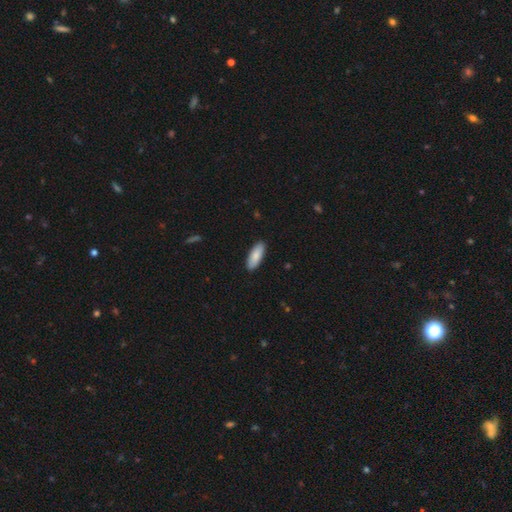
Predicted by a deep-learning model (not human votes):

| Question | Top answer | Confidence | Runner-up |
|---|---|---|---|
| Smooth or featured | smooth | 86% | featured or disk (9%) |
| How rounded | in between | 73% | cigar-shaped (25%) |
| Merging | none | 90% | minor disturbance (8%) |